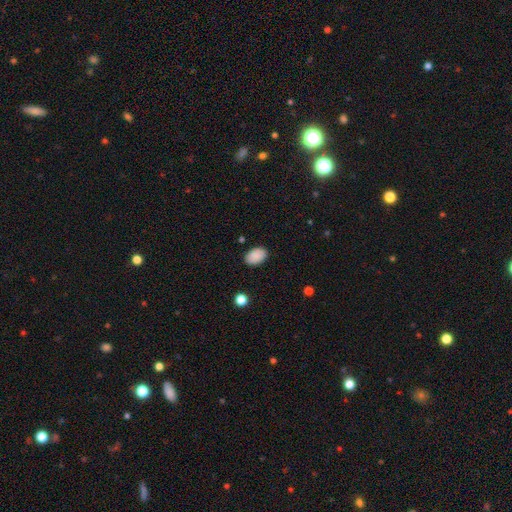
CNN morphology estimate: Overall: smooth (89%). How rounded: in between (89%). Merging: none (88%).